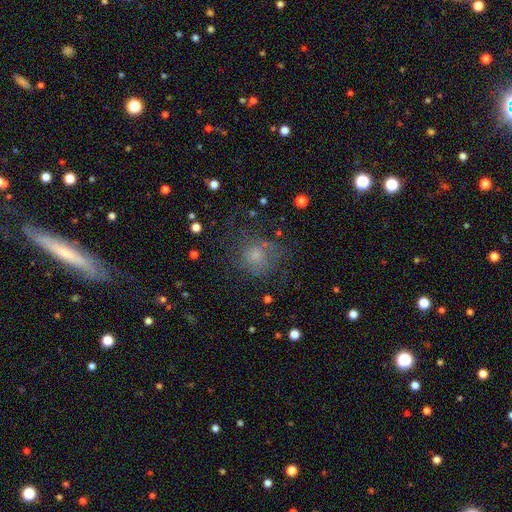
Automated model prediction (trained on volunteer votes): A smooth galaxy with no disk features (60%) that is round (79%). Merging: none (55%).